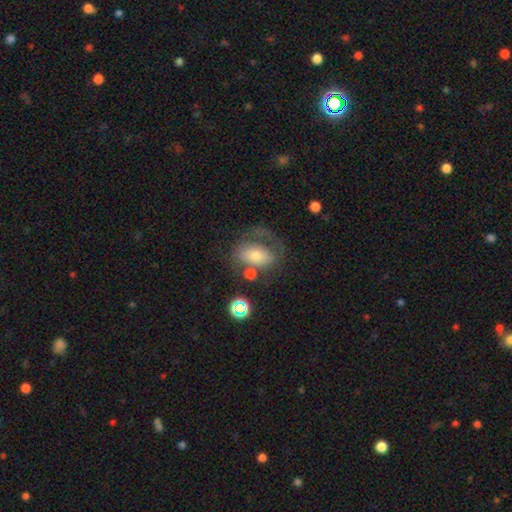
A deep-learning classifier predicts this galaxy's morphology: Smooth or featured? Predicted: smooth (p=0.48). Merging? Predicted: none (p=0.41).